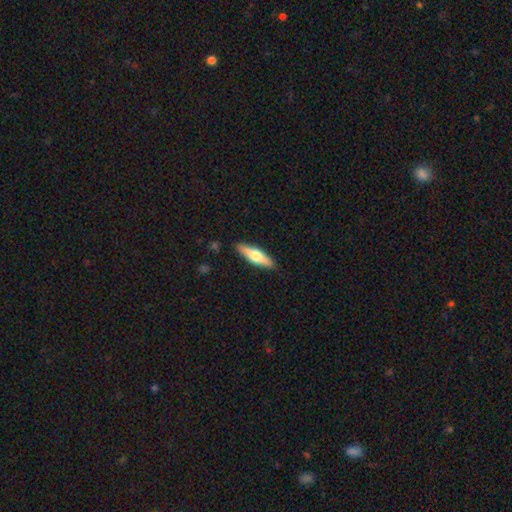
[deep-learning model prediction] Smooth or featured? Predicted: smooth (p=0.52). How rounded? Predicted: cigar-shaped (p=0.63). Merging? Predicted: none (p=0.89).